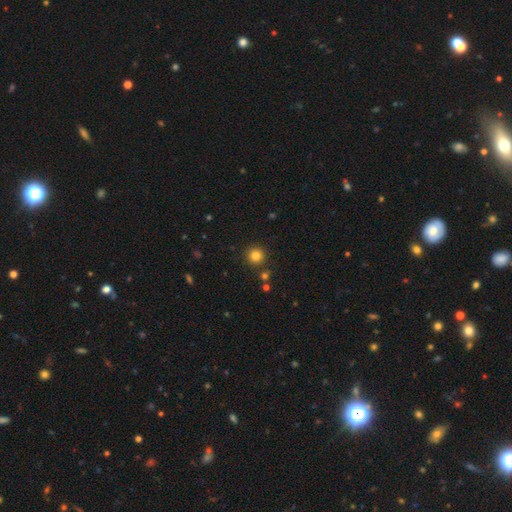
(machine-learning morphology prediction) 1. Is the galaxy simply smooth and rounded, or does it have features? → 82% smooth, 13% star or artifact, 5% featured or disk.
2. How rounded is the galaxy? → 95% round, 4% in between, 1% cigar-shaped.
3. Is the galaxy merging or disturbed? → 89% none, 6% minor disturbance, 3% merger, 2% major disturbance.